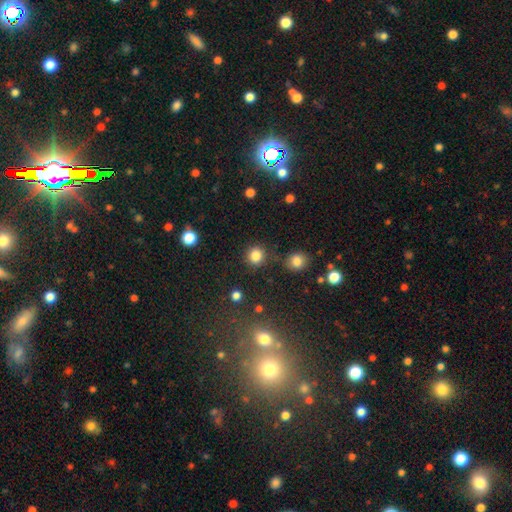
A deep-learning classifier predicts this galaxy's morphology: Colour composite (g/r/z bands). It shows a smooth galaxy with no disk features (84%) that is round (88%). Merging: none (83%).